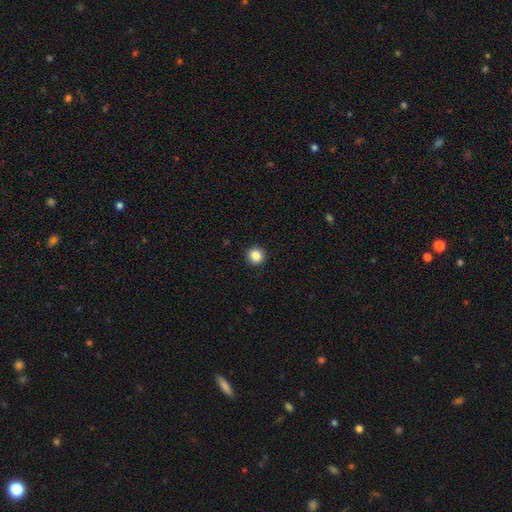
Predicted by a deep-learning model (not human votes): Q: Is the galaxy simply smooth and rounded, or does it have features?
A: smooth — 86%.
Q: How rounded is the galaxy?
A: round — 94%.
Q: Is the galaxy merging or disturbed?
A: none — 93%.